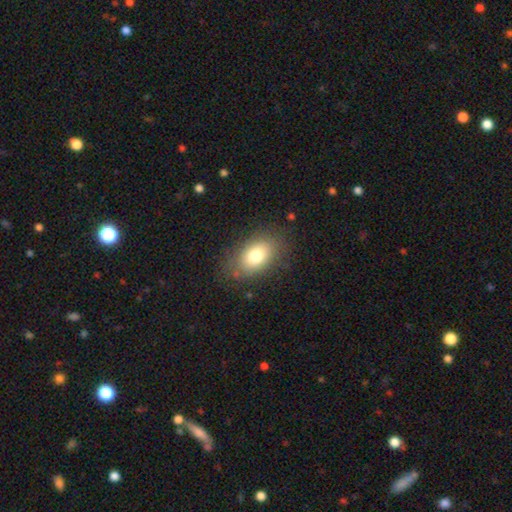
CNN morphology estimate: The model was most divided on "smooth or featured": smooth: 76%, featured or disk: 14%, star or artifact: 10%. More confident: how rounded — in between (84%); merging — none (80%).